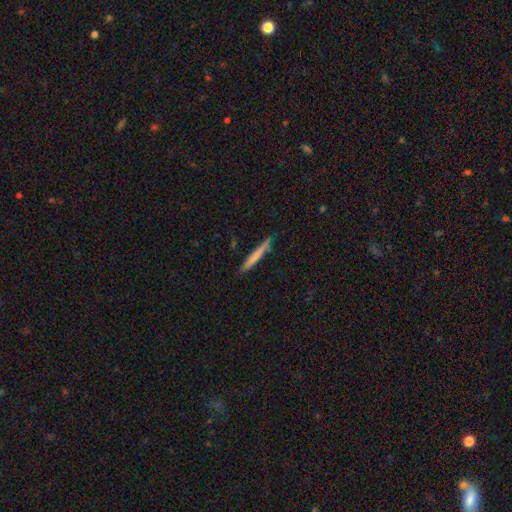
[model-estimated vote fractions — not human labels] Smooth or featured? smooth (67%)
How rounded? cigar-shaped (96%)
Merging? none (86%)